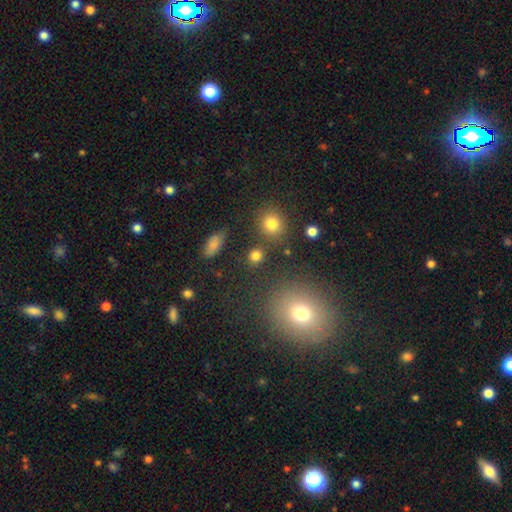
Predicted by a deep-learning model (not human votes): This is likely a smooth galaxy (79%). How rounded: clearly round (82%). Merging: clearly none (82%).